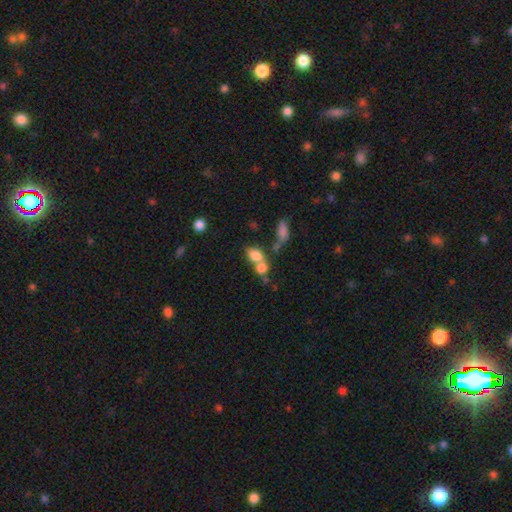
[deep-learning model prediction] Smooth or featured? Predicted: smooth (p=0.77). How rounded? Predicted: in between (p=0.63). Merging? Predicted: merger (p=0.57).